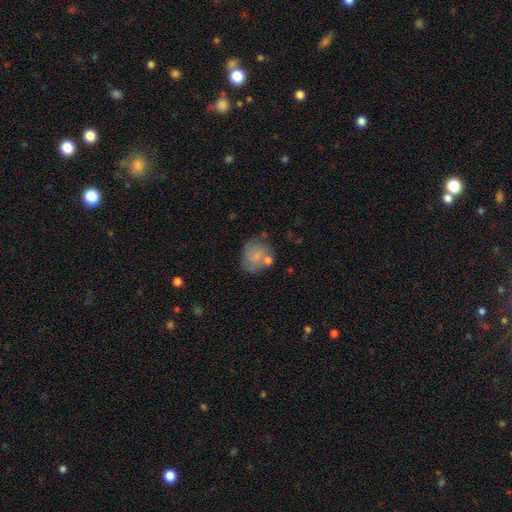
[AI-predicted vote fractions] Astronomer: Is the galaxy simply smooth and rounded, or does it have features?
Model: smooth — 65%.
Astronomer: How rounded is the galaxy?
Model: round — 65%.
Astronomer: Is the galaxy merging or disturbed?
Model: none — 49%.